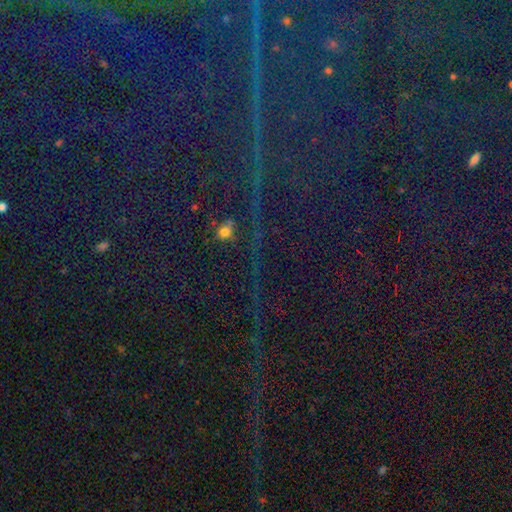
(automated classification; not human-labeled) Overall: star or artifact (85%).